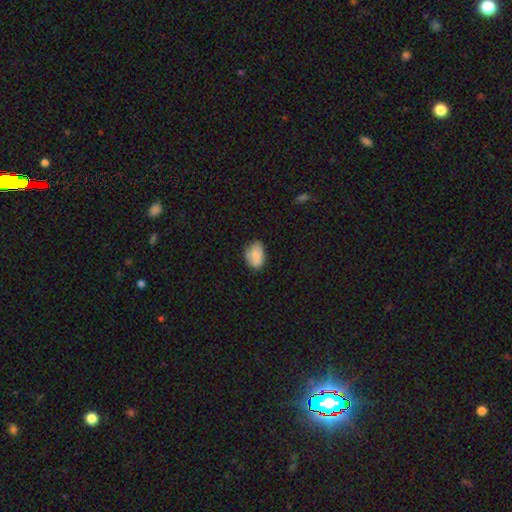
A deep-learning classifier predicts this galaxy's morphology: Q: Smooth or featured?
A: smooth (78%); runner-up: featured or disk (14%)
Q: How rounded?
A: in between (83%); runner-up: round (16%)
Q: Merging?
A: none (65%); runner-up: minor disturbance (27%)